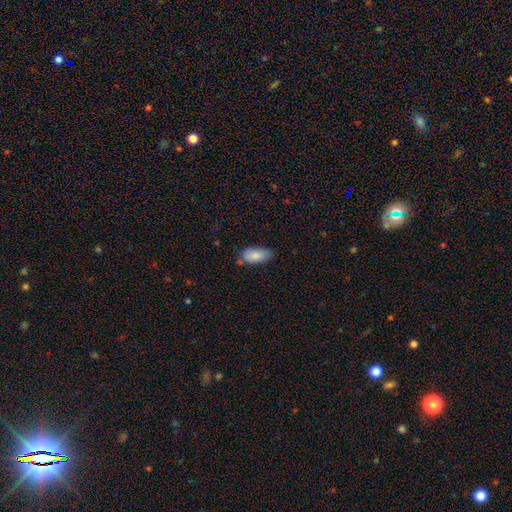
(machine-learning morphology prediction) Smooth or featured? Predicted: smooth (p=0.85). How rounded? Predicted: in between (p=0.91). Merging? Predicted: none (p=0.68).